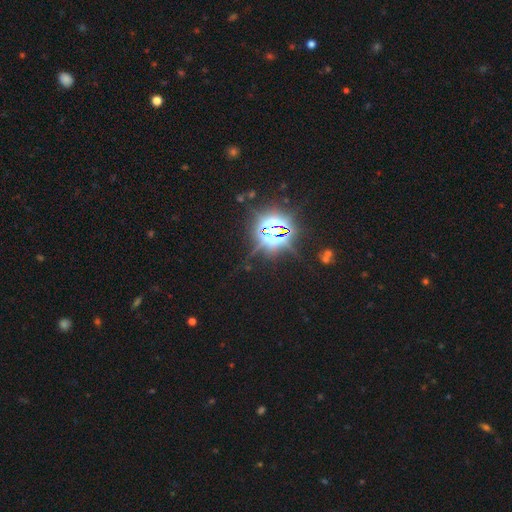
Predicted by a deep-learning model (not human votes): Smooth or featured? Predicted: star or artifact (p=0.86).